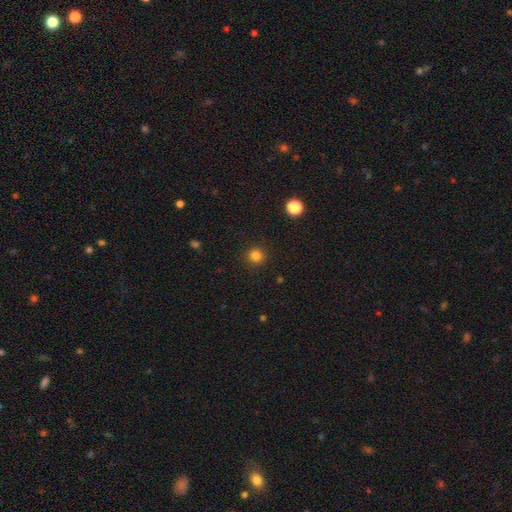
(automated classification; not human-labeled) A smooth galaxy with no disk features (83%) that is round (94%).

Vote fractions:
- Smooth or featured? smooth: 83% / star or artifact: 13% / featured or disk: 4%
- How rounded? round: 94% / in between: 5% / cigar-shaped: 1%
- Merging? none: 92% / minor disturbance: 5% / major disturbance: 2% / merger: 1%